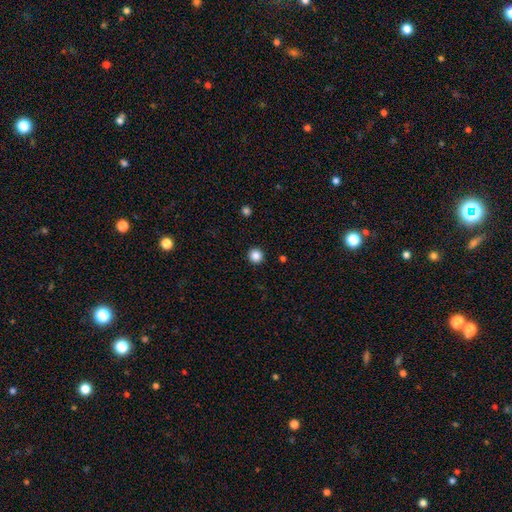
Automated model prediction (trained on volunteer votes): This appears to be a smooth galaxy with no disk features (86%) that is round (96%). Merging: none (93%).